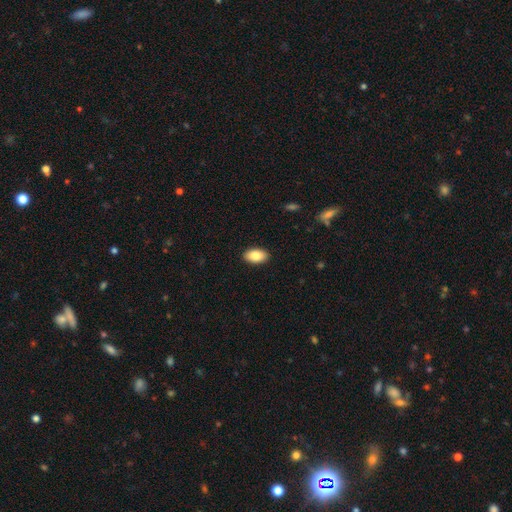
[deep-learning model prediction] This is clearly a smooth galaxy (85%). How rounded: clearly in between (93%). Merging: clearly none (91%).